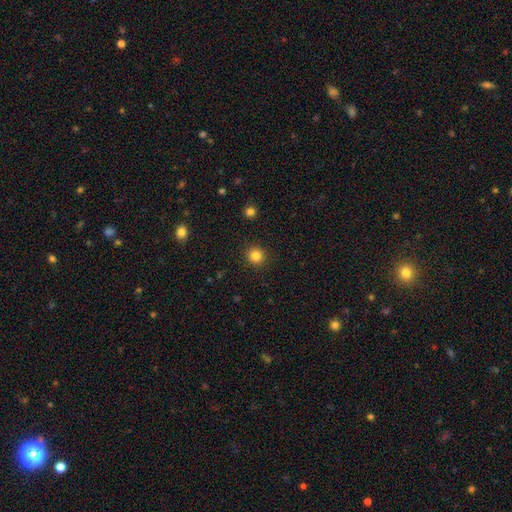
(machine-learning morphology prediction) This is clearly a smooth galaxy (83%). How rounded: clearly round (93%). Merging: clearly none (92%).